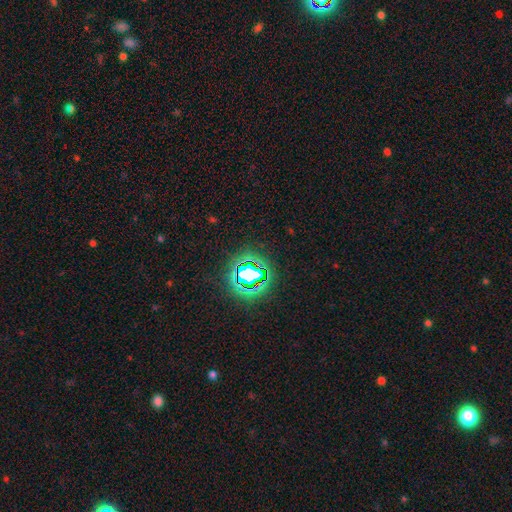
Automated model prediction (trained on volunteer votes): Smooth or featured?
  - star or artifact: 81% *
  - smooth: 12%
  - featured or disk: 6%